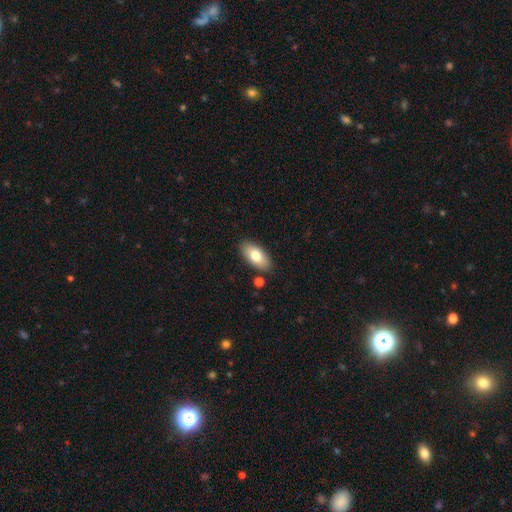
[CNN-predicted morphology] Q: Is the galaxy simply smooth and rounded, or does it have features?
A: smooth — 76%.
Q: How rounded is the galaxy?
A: in between — 91%.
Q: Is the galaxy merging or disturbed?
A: none — 86%.